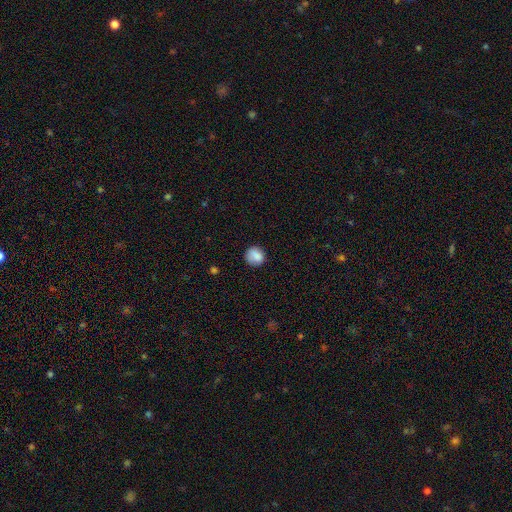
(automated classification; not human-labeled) Q: Smooth or featured?
A: smooth (84%); runner-up: star or artifact (9%)
Q: How rounded?
A: round (82%); runner-up: in between (17%)
Q: Merging?
A: none (77%); runner-up: minor disturbance (17%)